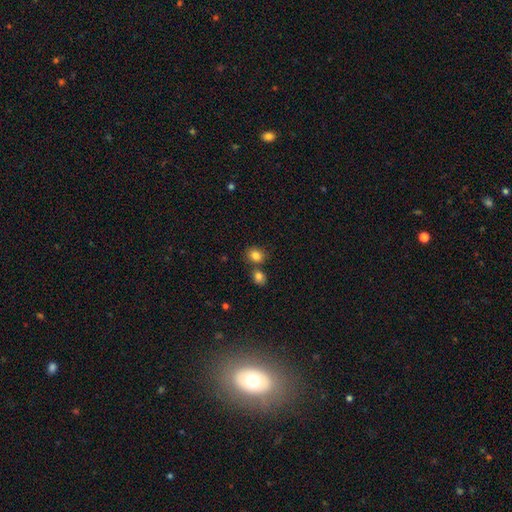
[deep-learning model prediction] smooth-or-featured: smooth: 83% | star or artifact: 11% | featured or disk: 6%
  how-rounded: round: 60% | in between: 39% | cigar-shaped: 1%
  merging: none: 63% | merger: 24% | minor disturbance: 10% | major disturbance: 3%